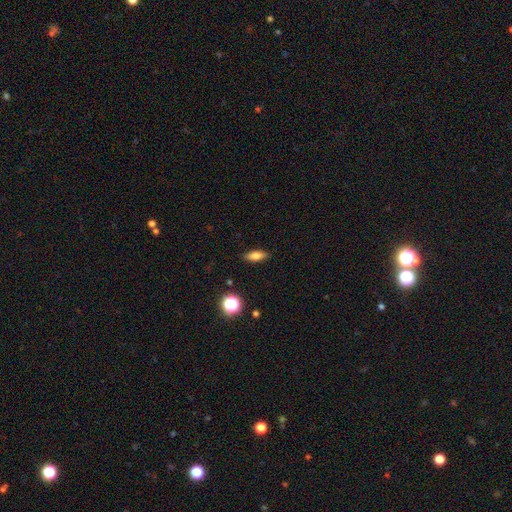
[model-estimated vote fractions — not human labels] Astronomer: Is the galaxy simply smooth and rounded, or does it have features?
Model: smooth — 73%.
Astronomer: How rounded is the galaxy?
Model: in between — 67%.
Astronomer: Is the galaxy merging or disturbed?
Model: none — 88%.